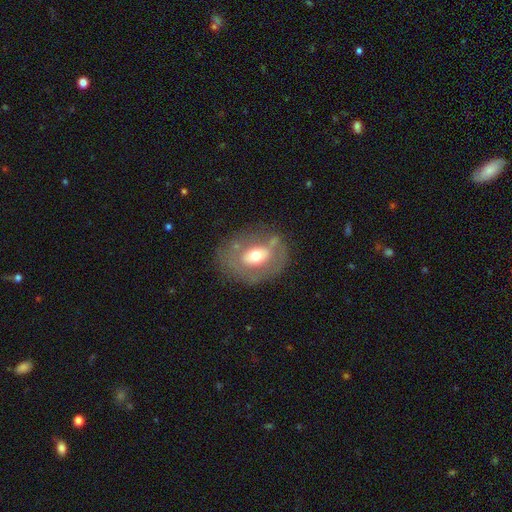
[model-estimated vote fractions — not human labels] Smooth or featured: featured or disk — 46% (tied with smooth — 46%)
Merging: none — 64% (minor disturbance — 20%)